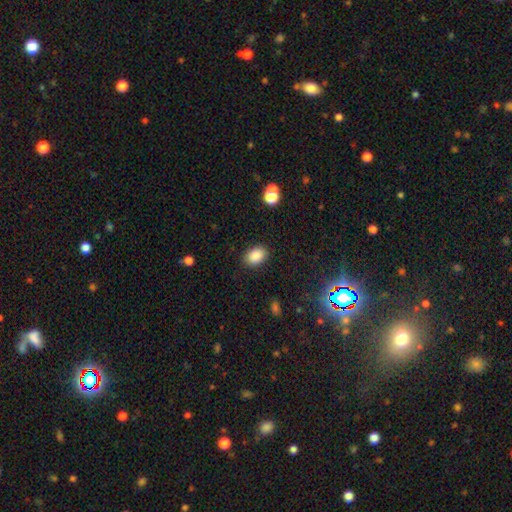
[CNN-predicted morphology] Smooth or featured: smooth — 87% (star or artifact — 9%)
How rounded: in between — 80% (round — 19%)
Merging: none — 87% (minor disturbance — 9%)